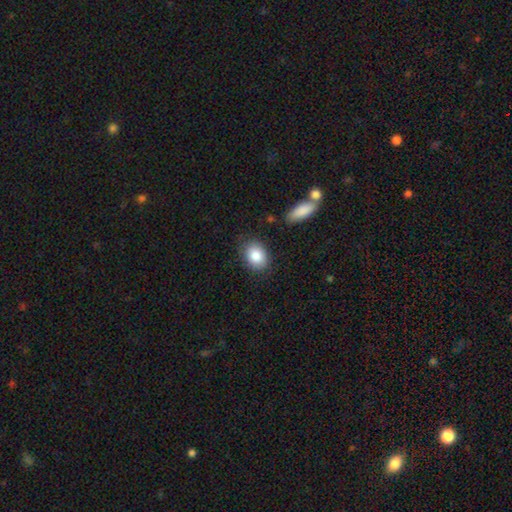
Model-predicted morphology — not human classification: smooth_or_featured: smooth (p=0.85) [alt: featured or disk p=0.08]
how_rounded: in between (p=0.70) [alt: round p=0.29]
merging: none (p=0.81) [alt: minor disturbance p=0.13]